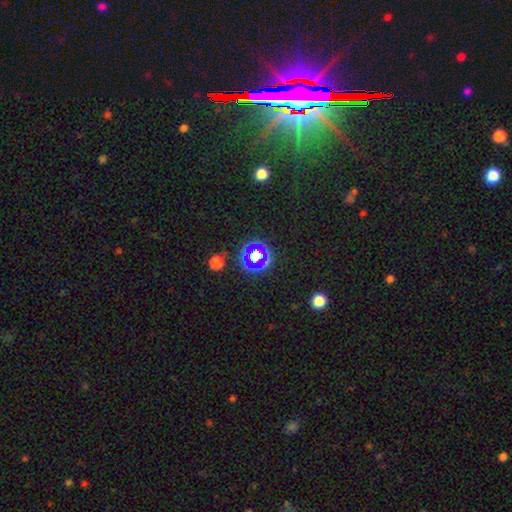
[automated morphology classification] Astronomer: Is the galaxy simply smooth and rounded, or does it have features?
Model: star or artifact — 58%.